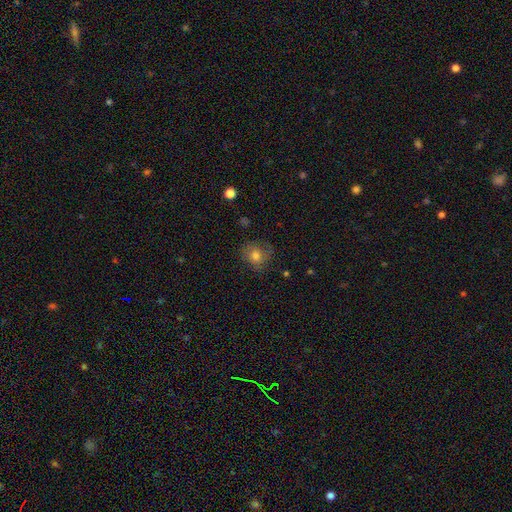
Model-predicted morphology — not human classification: type=smooth (73%); roundness=round (76%); merging=none (66%).